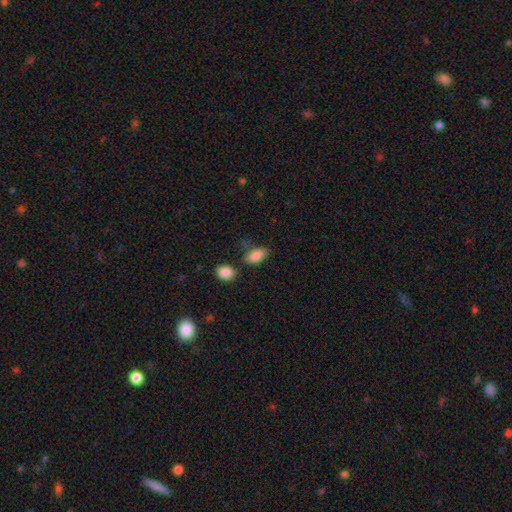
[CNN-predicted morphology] Overall: smooth (87%). How rounded: in between (92%). Merging: none (62%).